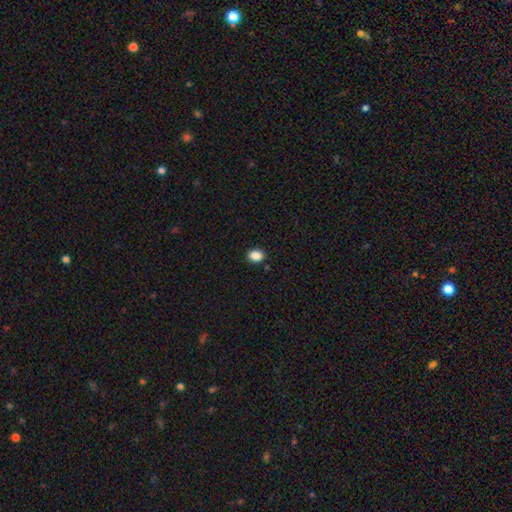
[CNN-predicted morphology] This appears to be a smooth galaxy with no disk features (88%) that is in between round and cigar-shaped (55%). Merging: none (87%).